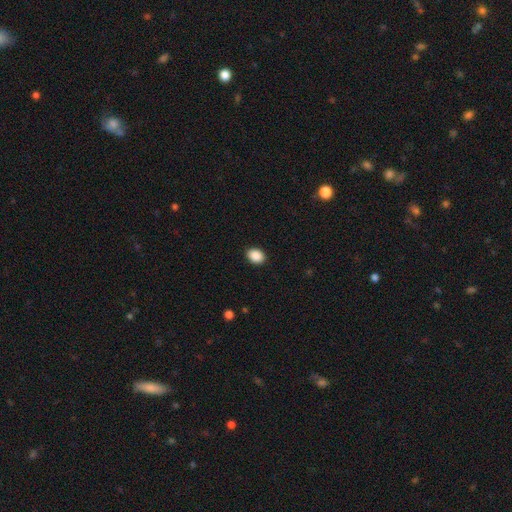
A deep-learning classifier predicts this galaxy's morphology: smooth_or_featured: smooth (p=0.89) [alt: star or artifact p=0.08]
how_rounded: in between (p=0.67) [alt: round p=0.32]
merging: none (p=0.90) [alt: minor disturbance p=0.07]